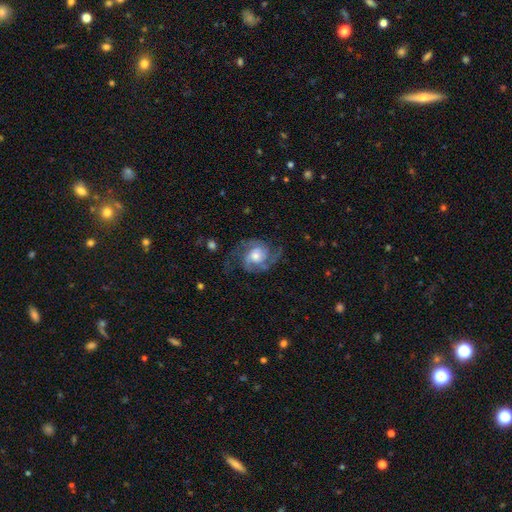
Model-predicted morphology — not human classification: A featured or disk galaxy (84%) with no bar (65%), 2 (58%) medium (51%) spiral arms (96%) and a moderate central bulge (53%).

Vote fractions:
- Smooth or featured? featured or disk: 84% / smooth: 11% / star or artifact: 5%
- Edge-on disk? no: 98% / yes: 2%
- Bar? no: 65% / weak: 29% / strong: 6%
- Spiral arms? yes: 96% / no: 4%
- Spiral winding? medium: 51% / tight: 31% / loose: 18%
- Spiral arm count? 2: 58% / 3: 21% / can't tell: 9% / 1: 4% / 4: 4% / more than 4: 3%
- Bulge size? moderate: 53% / large: 23% / small: 18% / none: 3% / dominant: 2%
- Merging? none: 64% / minor disturbance: 19% / major disturbance: 16% / merger: 2%